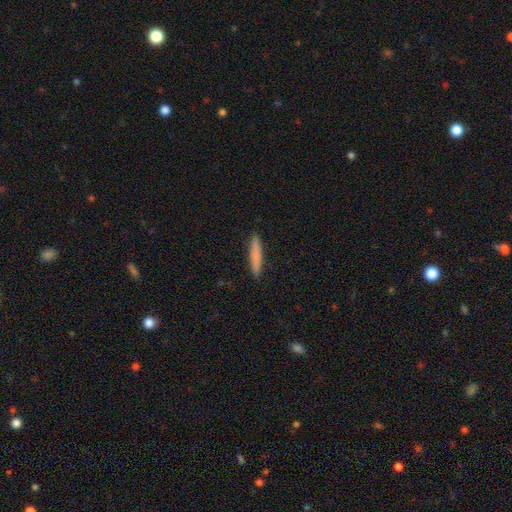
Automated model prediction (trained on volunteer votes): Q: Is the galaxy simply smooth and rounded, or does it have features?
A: smooth — 81%.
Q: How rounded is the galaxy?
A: cigar-shaped — 93%.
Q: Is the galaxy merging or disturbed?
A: none — 91%.